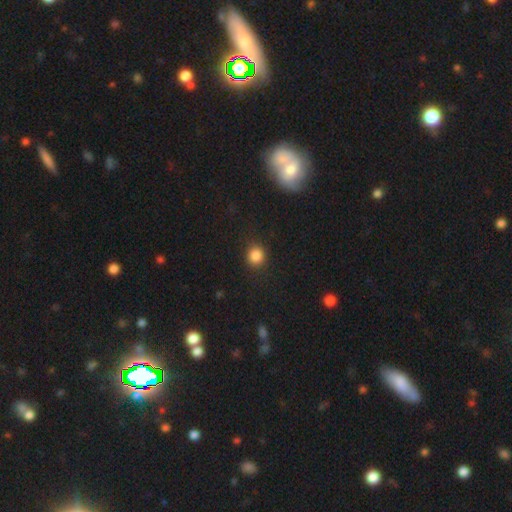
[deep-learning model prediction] Q: Smooth or featured?
A: smooth (85%); runner-up: star or artifact (11%)
Q: How rounded?
A: round (84%); runner-up: in between (15%)
Q: Merging?
A: none (87%); runner-up: minor disturbance (9%)